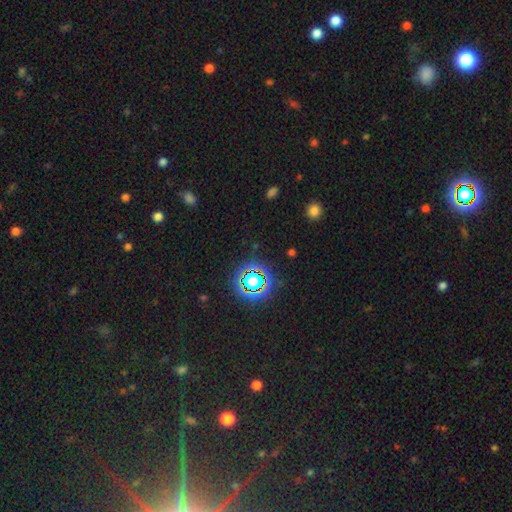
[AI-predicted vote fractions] Smooth or featured? star or artifact (76%)